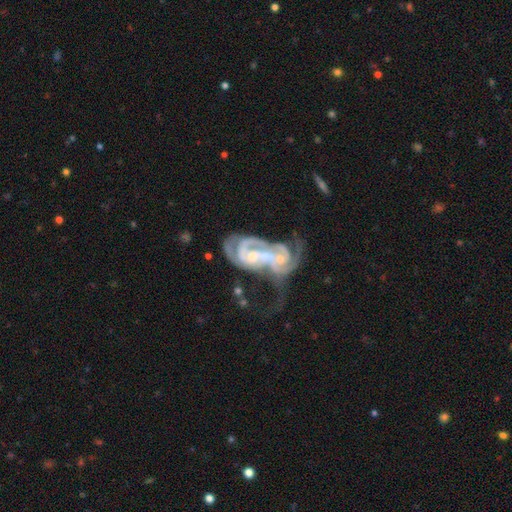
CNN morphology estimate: featured or disk 84%, smooth 8%, star or artifact 8%. Down the decision tree: edge-on disk — no (96%); bar — no (45%); spiral arms — yes (92%); spiral arm count — 2 (47%); spiral winding — medium (42%); bulge size — small (53%); merging — merger (65%).